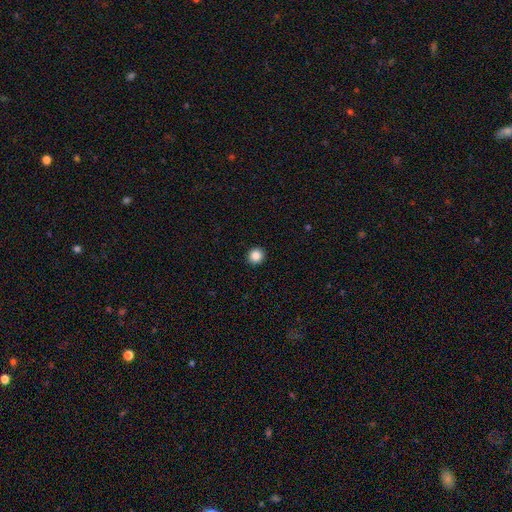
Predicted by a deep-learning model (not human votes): A smooth galaxy with no disk features (87%) that is round (92%).

Vote fractions:
- Smooth or featured? smooth: 87% / star or artifact: 10% / featured or disk: 3%
- How rounded? round: 92% / in between: 7% / cigar-shaped: 1%
- Merging? none: 94% / minor disturbance: 4% / major disturbance: 1% / merger: 1%